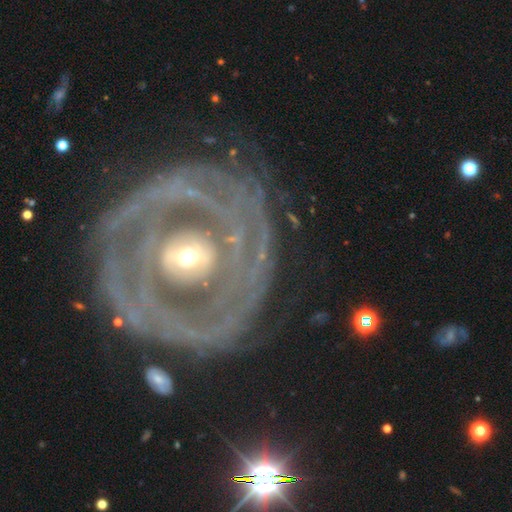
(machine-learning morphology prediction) Q: Smooth or featured?
A: featured or disk (83%); runner-up: smooth (11%)
Q: Edge-on disk?
A: no (96%); runner-up: yes (4%)
Q: Bar?
A: no (66%); runner-up: weak (19%)
Q: Spiral arms?
A: yes (69%); runner-up: no (31%)
Q: Spiral winding?
A: tight (75%); runner-up: medium (17%)
Q: Spiral arm count?
A: can't tell (39%); runner-up: 2 (20%)
Q: Bulge size?
A: moderate (49%); runner-up: small (39%)
Q: Merging?
A: none (72%); runner-up: minor disturbance (15%)